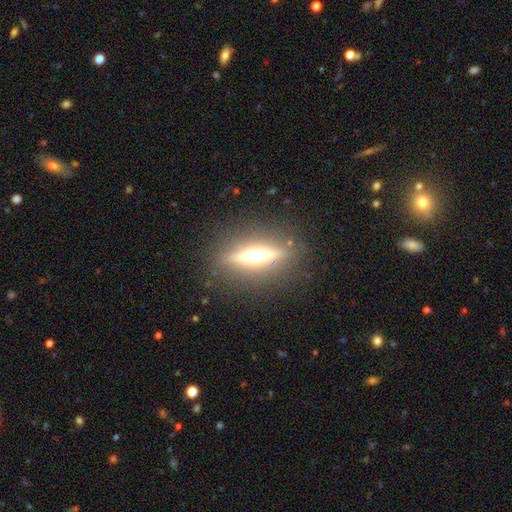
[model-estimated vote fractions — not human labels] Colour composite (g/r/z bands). It shows a featured or disk galaxy (69%) viewed edge-on (91%) with a rounded central bulge (95%). Merging: none (87%).